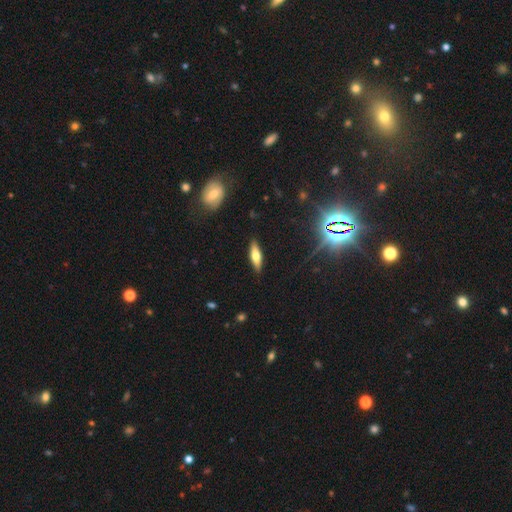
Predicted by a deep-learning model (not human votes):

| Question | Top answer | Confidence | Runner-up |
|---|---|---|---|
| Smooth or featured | smooth | 56% | featured or disk (35%) |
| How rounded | cigar-shaped | 57% | in between (41%) |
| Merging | none | 88% | minor disturbance (9%) |